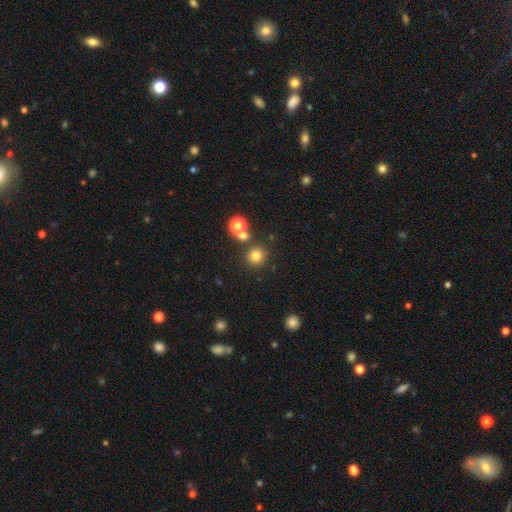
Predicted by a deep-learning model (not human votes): Smooth or featured? Predicted: smooth (p=0.78). How rounded? Predicted: round (p=0.92). Merging? Predicted: none (p=0.79).